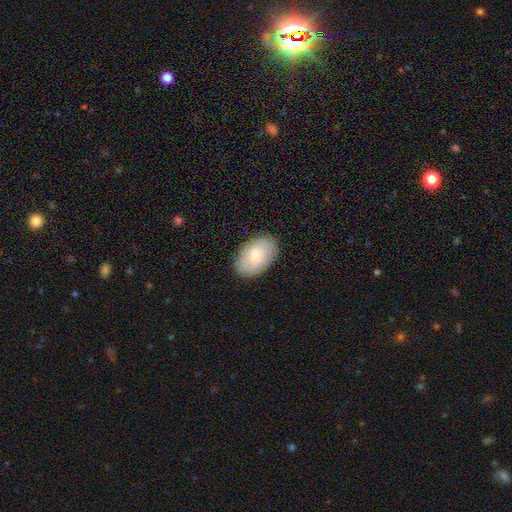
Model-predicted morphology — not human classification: Overall: smooth (73%). How rounded: in between (92%). Merging: none (86%).